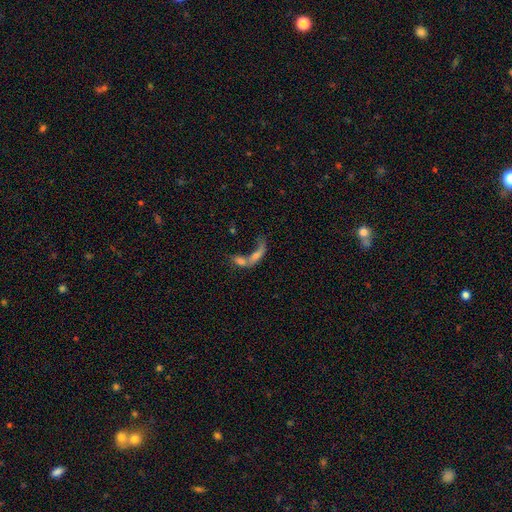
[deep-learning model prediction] This is possibly a smooth galaxy (51%). How rounded: possibly in between (53%). Merging: likely merger (67%).